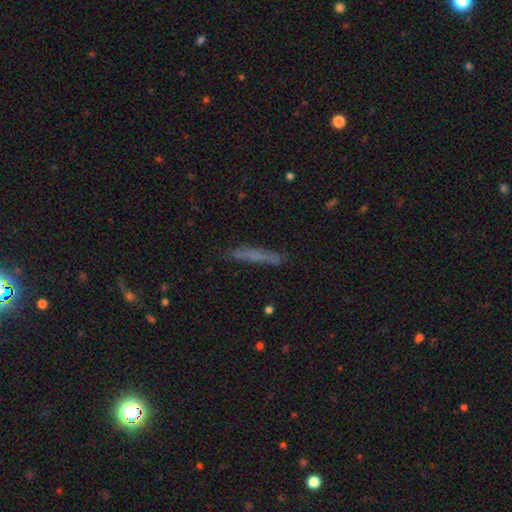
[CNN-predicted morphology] smooth-or-featured: smooth: 62% | featured or disk: 29% | star or artifact: 10%
  how-rounded: cigar-shaped: 94% | in between: 4% | round: 2%
  merging: none: 83% | minor disturbance: 12% | major disturbance: 3% | merger: 2%